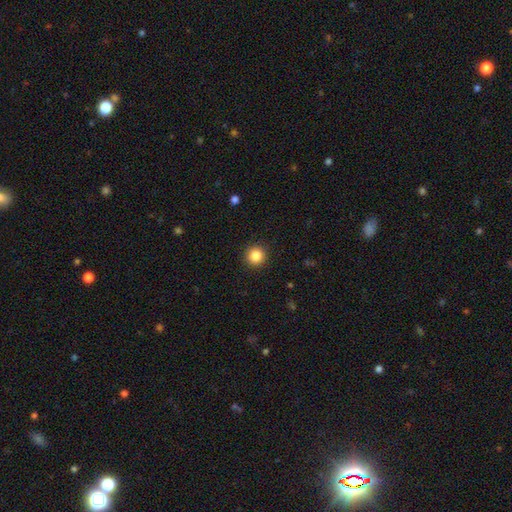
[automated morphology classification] smooth 85%, star or artifact 10%, featured or disk 4%. Down the decision tree: how rounded — round (95%); merging — none (92%).